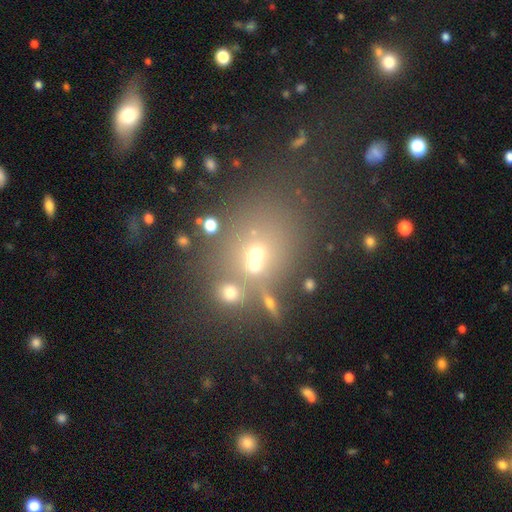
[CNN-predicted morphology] A smooth galaxy with no disk features (45%). Merging: none (51%).